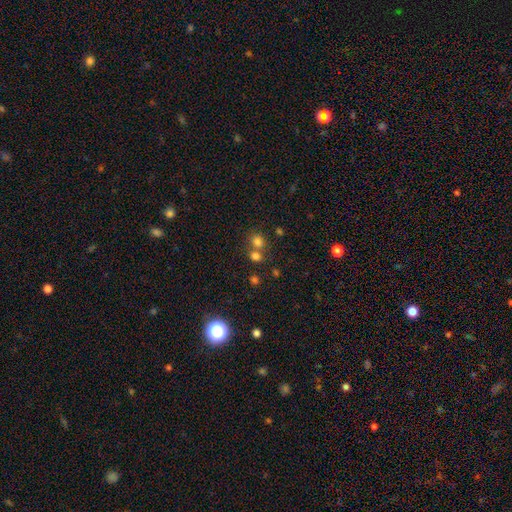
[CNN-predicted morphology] smooth_or_featured: smooth (p=0.72) [alt: star or artifact p=0.20]
how_rounded: round (p=0.74) [alt: in between p=0.25]
merging: none (p=0.51) [alt: merger p=0.39]